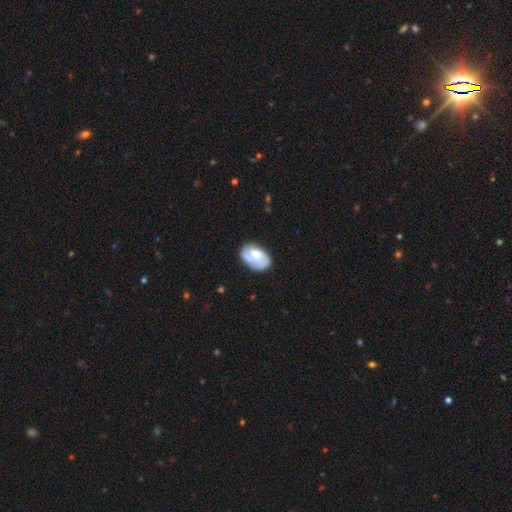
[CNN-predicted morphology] Smooth or featured: smooth — 60% (featured or disk — 34%)
How rounded: in between — 88% (round — 11%)
Merging: none — 52% (minor disturbance — 31%)